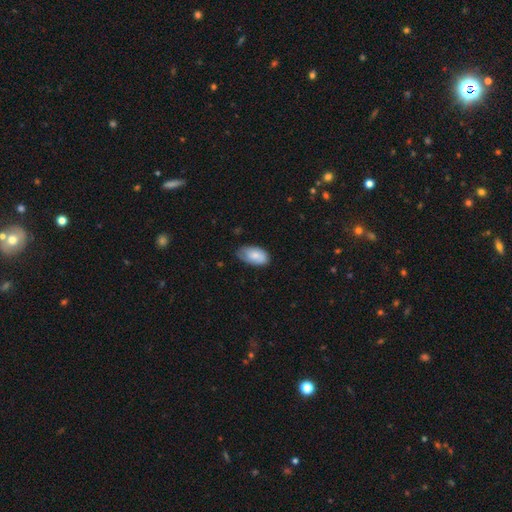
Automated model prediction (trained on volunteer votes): Smooth or featured?
  - smooth: 74% *
  - featured or disk: 19%
  - star or artifact: 6%
How rounded?
  - in between: 94% *
  - round: 4%
  - cigar-shaped: 2%
Merging?
  - none: 59% *
  - minor disturbance: 33%
  - major disturbance: 6%
  - merger: 1%